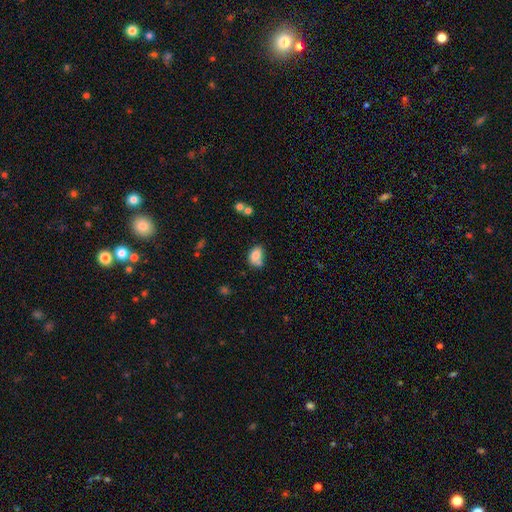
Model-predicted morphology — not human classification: type=smooth (79%); roundness=in between (80%); merging=none (47%).